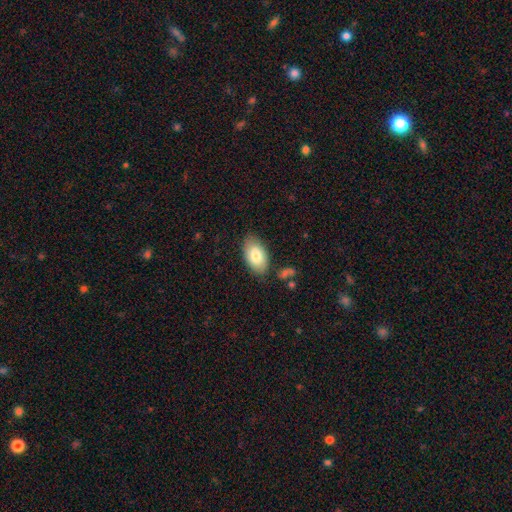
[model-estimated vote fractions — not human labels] Smooth or featured: smooth — 81% (featured or disk — 13%)
How rounded: in between — 94% (round — 4%)
Merging: none — 79% (minor disturbance — 15%)